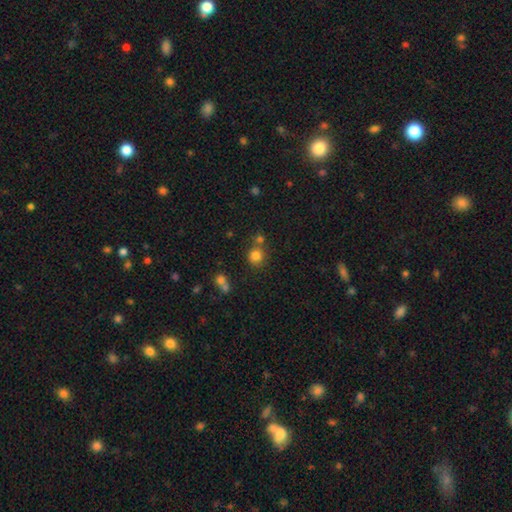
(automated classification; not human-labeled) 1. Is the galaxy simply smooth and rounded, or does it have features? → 80% smooth, 13% star or artifact, 6% featured or disk.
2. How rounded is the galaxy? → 88% round, 11% in between, 1% cigar-shaped.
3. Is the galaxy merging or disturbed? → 67% none, 20% merger, 9% minor disturbance, 4% major disturbance.